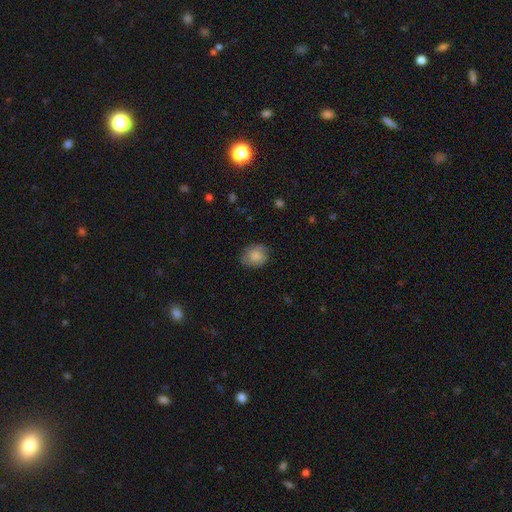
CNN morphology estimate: This appears to be a smooth galaxy with no disk features (81%) that is round (57%). Merging: none (76%).